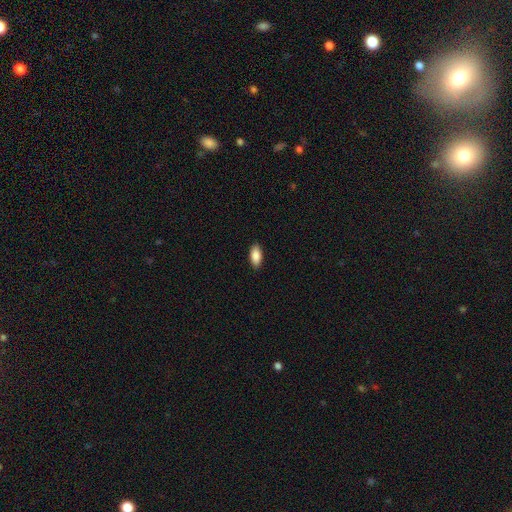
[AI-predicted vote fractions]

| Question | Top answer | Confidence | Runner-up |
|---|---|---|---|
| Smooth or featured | smooth | 89% | star or artifact (6%) |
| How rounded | in between | 91% | cigar-shaped (7%) |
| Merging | none | 89% | minor disturbance (8%) |